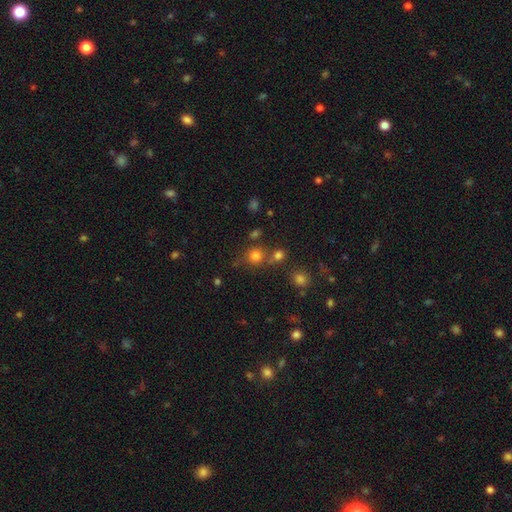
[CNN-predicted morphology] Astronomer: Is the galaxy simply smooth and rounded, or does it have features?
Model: smooth — 76%.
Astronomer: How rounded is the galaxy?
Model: round — 88%.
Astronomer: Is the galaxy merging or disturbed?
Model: none — 66%.